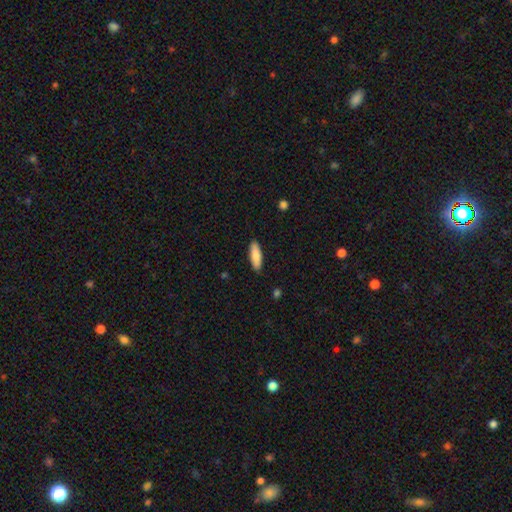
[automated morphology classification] smooth_or_featured: smooth (p=0.85) [alt: featured or disk p=0.09]
how_rounded: in between (p=0.54) [alt: cigar-shaped p=0.44]
merging: none (p=0.89) [alt: minor disturbance p=0.08]